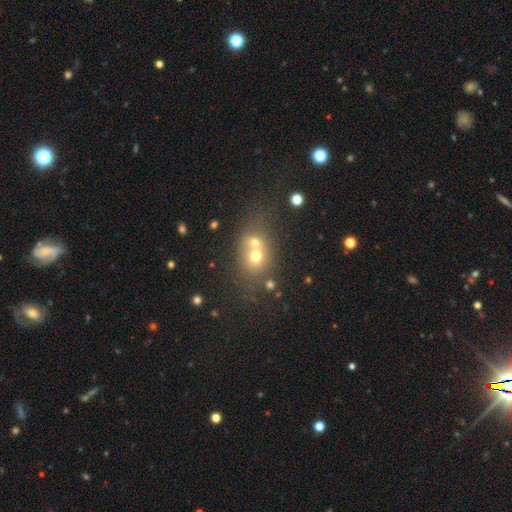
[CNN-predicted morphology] Smooth or featured? Predicted: smooth (p=0.63). How rounded? Predicted: round (p=0.62). Merging? Predicted: merger (p=0.58).